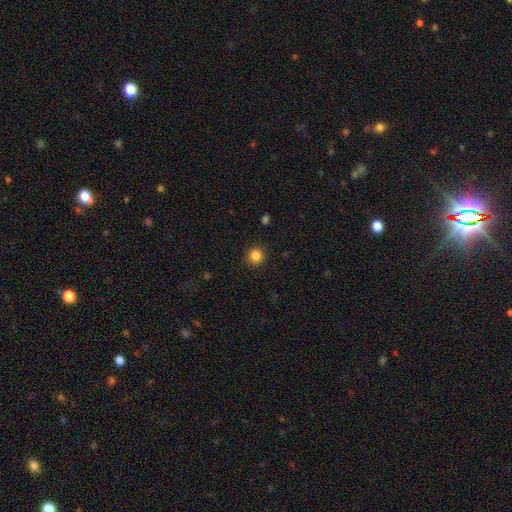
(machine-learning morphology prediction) Smooth or featured: smooth — 85% (star or artifact — 11%)
How rounded: round — 92% (in between — 7%)
Merging: none — 91% (minor disturbance — 6%)